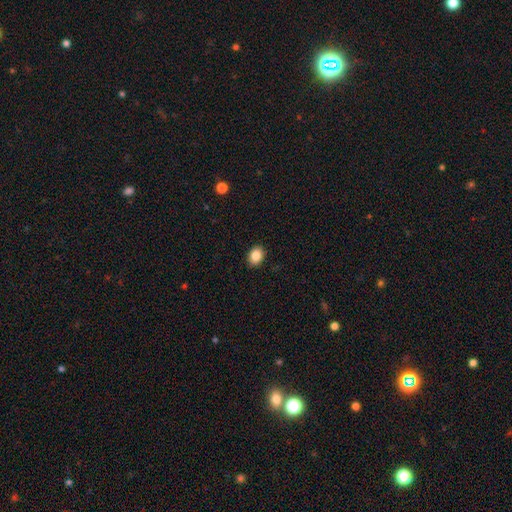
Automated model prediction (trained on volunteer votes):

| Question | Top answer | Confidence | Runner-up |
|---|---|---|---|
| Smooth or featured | smooth | 86% | star or artifact (9%) |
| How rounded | in between | 62% | round (37%) |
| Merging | none | 91% | minor disturbance (7%) |